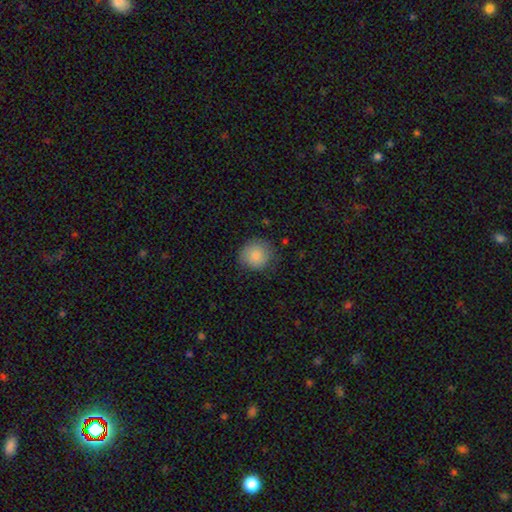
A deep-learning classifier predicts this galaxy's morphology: Smooth or featured? smooth (84%)
How rounded? round (90%)
Merging? none (78%)